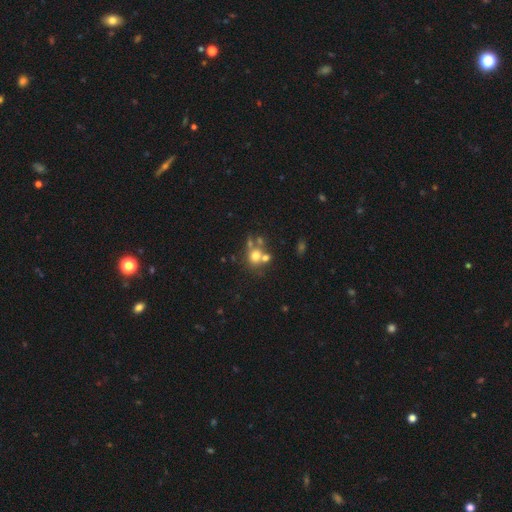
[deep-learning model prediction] Overall: smooth (63%). How rounded: round (76%). Merging: none (42%; merger 40%).